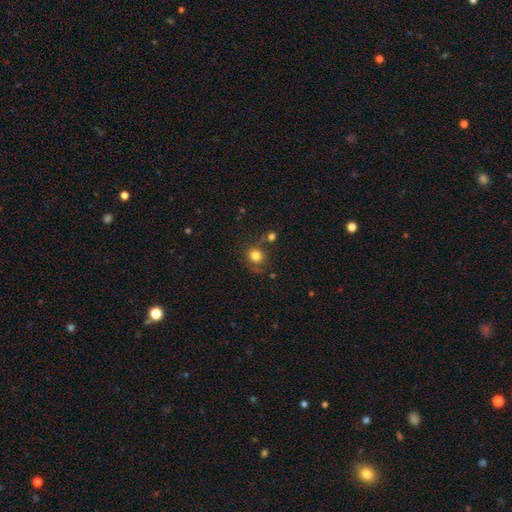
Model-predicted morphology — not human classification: smooth-or-featured: smooth: 80% | star or artifact: 12% | featured or disk: 8%
  how-rounded: round: 83% | in between: 16% | cigar-shaped: 1%
  merging: none: 66% | minor disturbance: 16% | merger: 11% | major disturbance: 7%